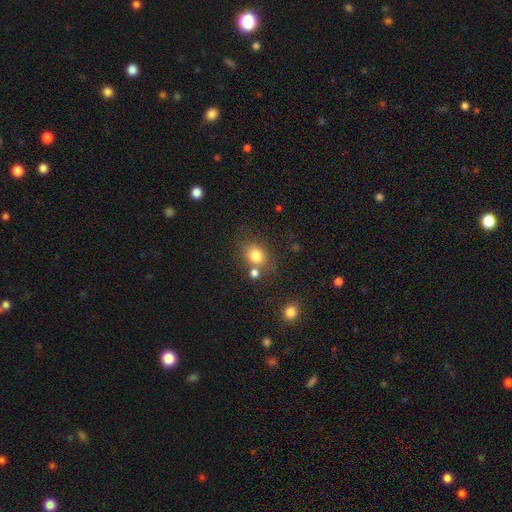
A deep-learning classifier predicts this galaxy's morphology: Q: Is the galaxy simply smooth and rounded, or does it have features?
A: smooth — 79%.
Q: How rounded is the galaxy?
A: round — 66%.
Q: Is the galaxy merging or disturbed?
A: none — 63%.